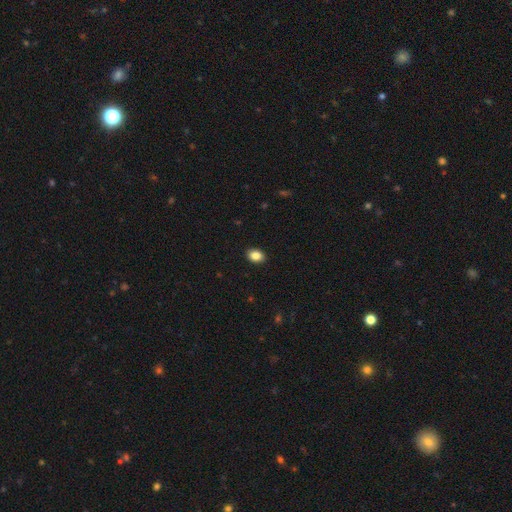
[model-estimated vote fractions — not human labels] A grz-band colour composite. It shows a smooth galaxy with no disk features (88%) that is in between round and cigar-shaped (78%). Merging: none (90%).